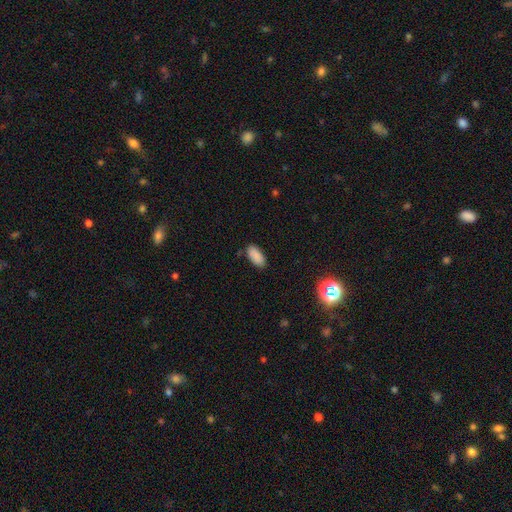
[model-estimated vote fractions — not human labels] Smooth or featured? smooth (87%)
How rounded? in between (92%)
Merging? none (83%)